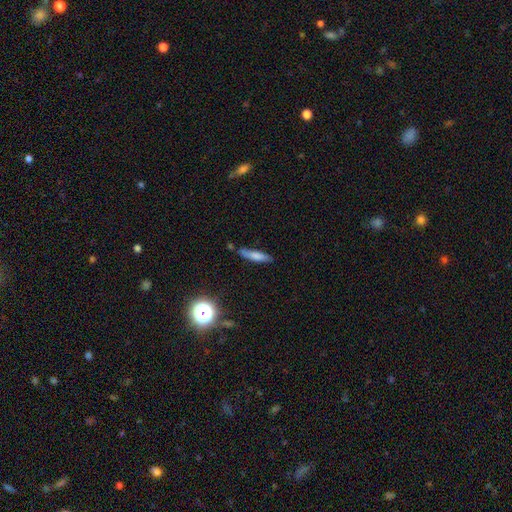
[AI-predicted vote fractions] Q: Smooth or featured?
A: smooth (69%); runner-up: featured or disk (21%)
Q: How rounded?
A: cigar-shaped (80%); runner-up: in between (17%)
Q: Merging?
A: none (69%); runner-up: minor disturbance (21%)